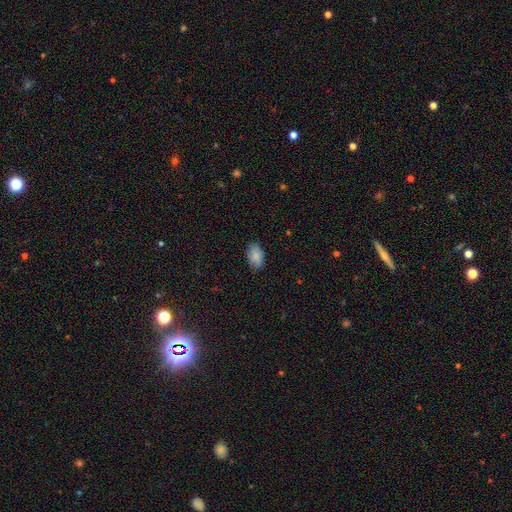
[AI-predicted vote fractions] Smooth or featured: smooth — 86% (star or artifact — 7%)
How rounded: in between — 92% (round — 6%)
Merging: none — 84% (minor disturbance — 13%)